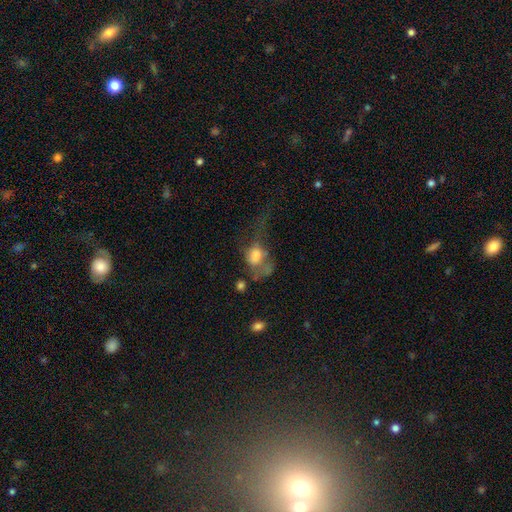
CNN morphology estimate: smooth_or_featured: smooth (p=0.60) [alt: featured or disk p=0.29]
how_rounded: in between (p=0.62) [alt: round p=0.36]
merging: major disturbance (p=0.57) [alt: none p=0.16]